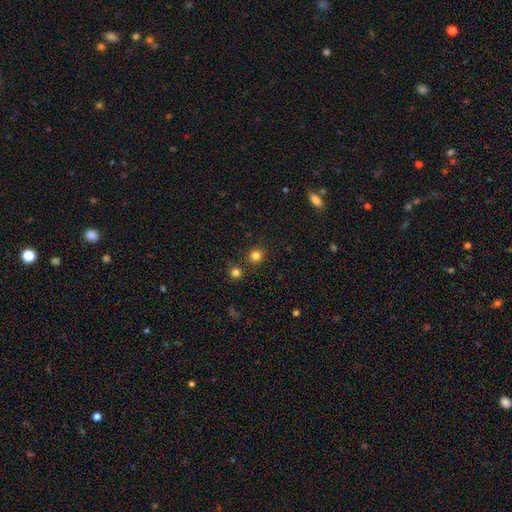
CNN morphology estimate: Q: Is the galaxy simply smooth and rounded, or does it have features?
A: smooth — 81%.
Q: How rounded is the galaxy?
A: round — 90%.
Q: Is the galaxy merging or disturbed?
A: none — 83%.